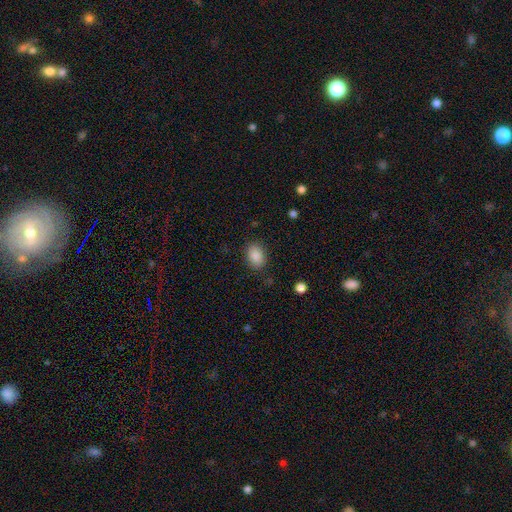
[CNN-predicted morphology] smooth 88%, star or artifact 8%, featured or disk 4%. Down the decision tree: how rounded — in between (72%); merging — none (85%).